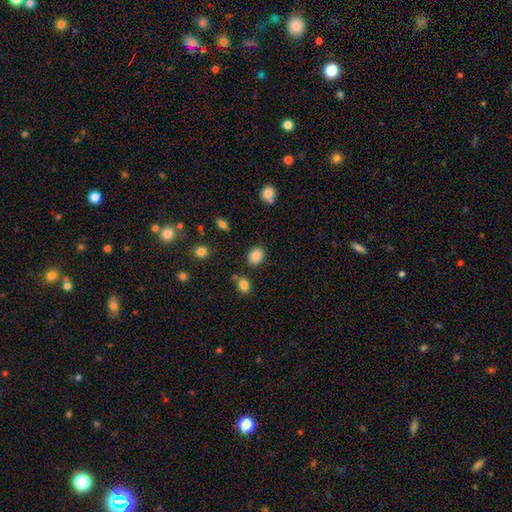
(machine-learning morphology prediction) The model was most divided on "how rounded": in between: 57%, round: 42%, cigar-shaped: 1%. More confident: smooth or featured — smooth (85%); merging — none (81%).